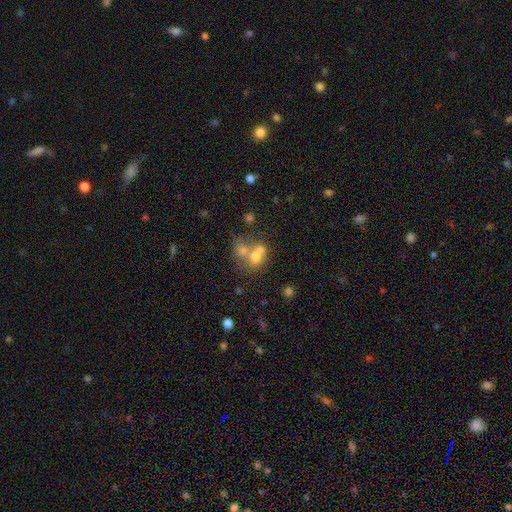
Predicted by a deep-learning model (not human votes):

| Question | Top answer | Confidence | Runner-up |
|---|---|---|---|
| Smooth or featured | smooth | 60% | featured or disk (25%) |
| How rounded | round | 68% | in between (31%) |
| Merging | merger | 61% | none (27%) |